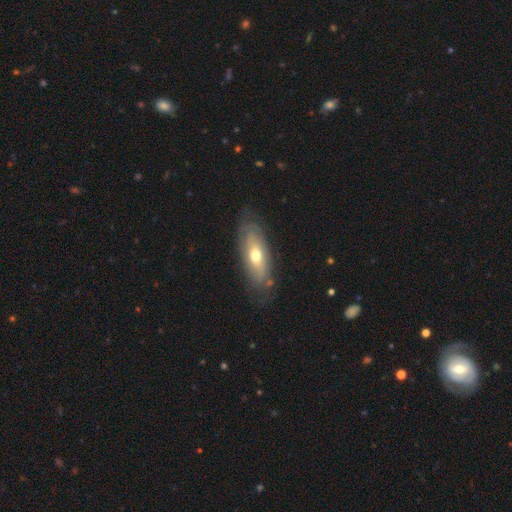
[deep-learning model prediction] This appears to be a smooth galaxy with no disk features (47%, tied with featured or disk). Merging: none (73%).